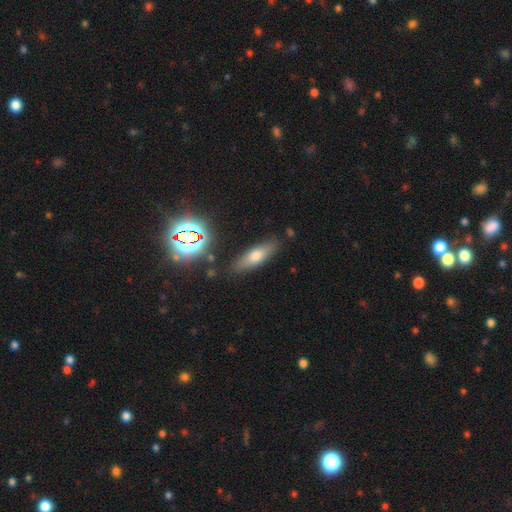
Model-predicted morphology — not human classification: Overall: smooth (55%; featured or disk 27%). How rounded: cigar-shaped (51%; in between 44%). Merging: none (85%).